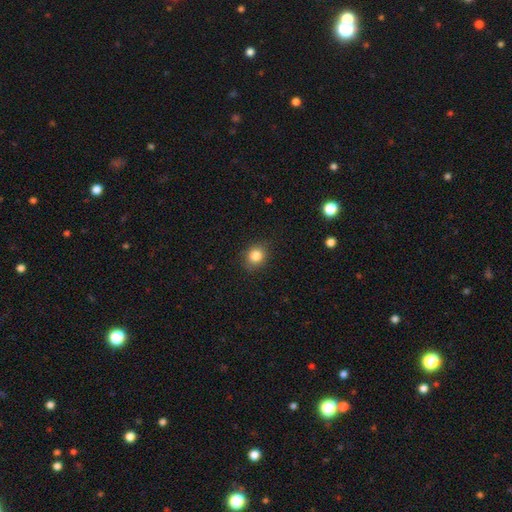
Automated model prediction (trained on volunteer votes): A smooth galaxy with no disk features (83%) that is round (69%).

Vote fractions:
- Smooth or featured? smooth: 83% / star or artifact: 11% / featured or disk: 6%
- How rounded? round: 69% / in between: 30% / cigar-shaped: 1%
- Merging? none: 86% / minor disturbance: 11% / major disturbance: 3% / merger: 1%